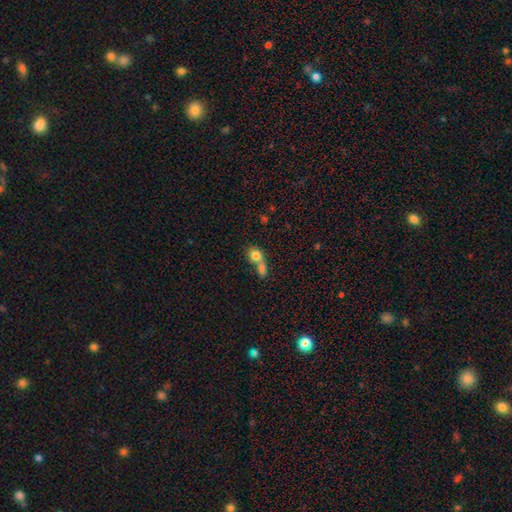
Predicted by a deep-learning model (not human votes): smooth_or_featured: smooth (p=0.77) [alt: featured or disk p=0.14]
how_rounded: round (p=0.59) [alt: in between p=0.39]
merging: merger (p=0.68) [alt: none p=0.21]